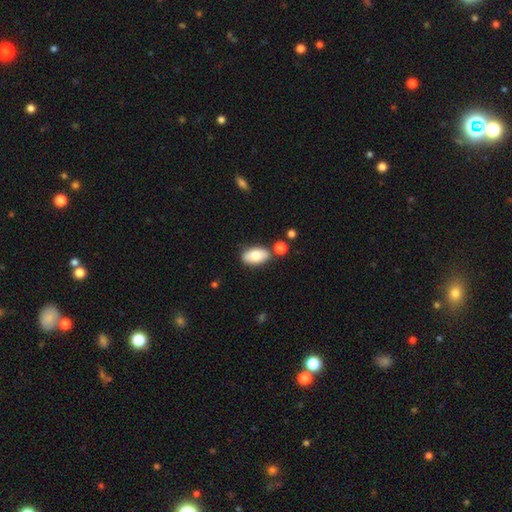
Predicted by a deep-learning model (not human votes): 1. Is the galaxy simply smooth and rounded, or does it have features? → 76% smooth, 18% featured or disk, 7% star or artifact.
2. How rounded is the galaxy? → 93% in between, 4% round, 3% cigar-shaped.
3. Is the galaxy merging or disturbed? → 75% none, 13% minor disturbance, 9% merger, 3% major disturbance.